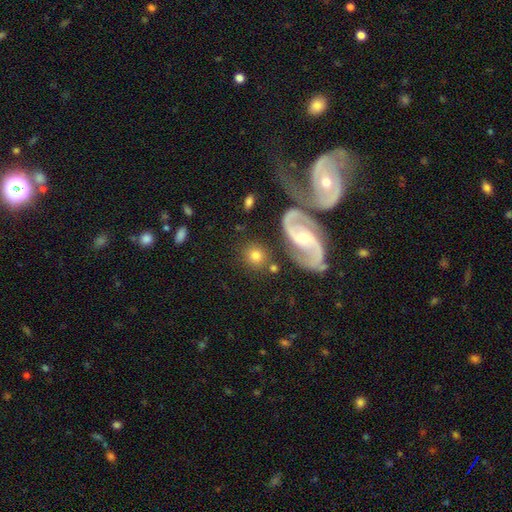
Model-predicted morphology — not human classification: smooth-or-featured: smooth: 62% | featured or disk: 29% | star or artifact: 8%
  how-rounded: round: 85% | in between: 13% | cigar-shaped: 2%
  merging: none: 77% | minor disturbance: 10% | merger: 8% | major disturbance: 4%